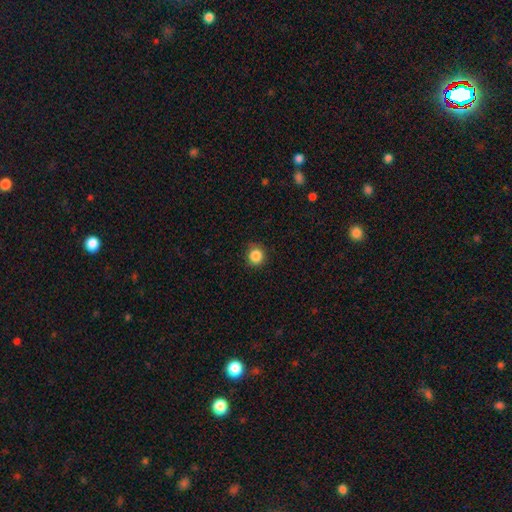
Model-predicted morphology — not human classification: Q: Smooth or featured?
A: smooth (86%); runner-up: star or artifact (10%)
Q: How rounded?
A: round (91%); runner-up: in between (8%)
Q: Merging?
A: none (87%); runner-up: minor disturbance (9%)